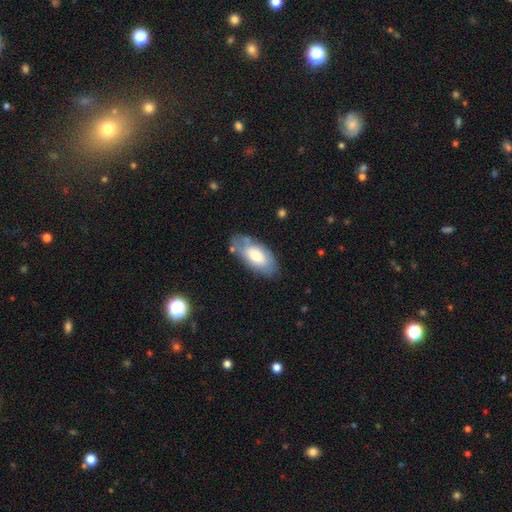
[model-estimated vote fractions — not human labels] Smooth or featured: smooth — 66% (featured or disk — 27%)
How rounded: in between — 92% (cigar-shaped — 6%)
Merging: none — 68% (minor disturbance — 22%)